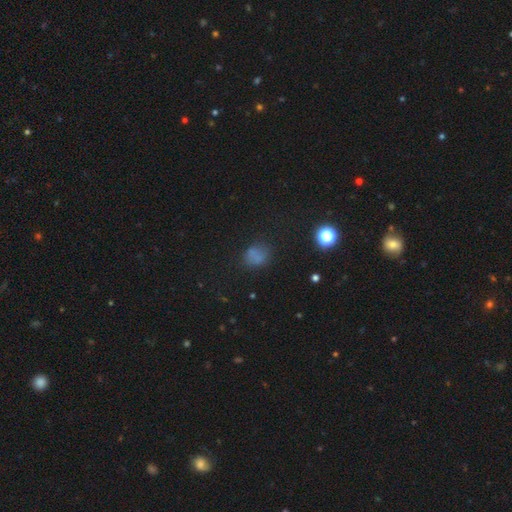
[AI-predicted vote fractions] smooth 65%, star or artifact 23%, featured or disk 12%. Down the decision tree: how rounded — round (64%); merging — none (66%).